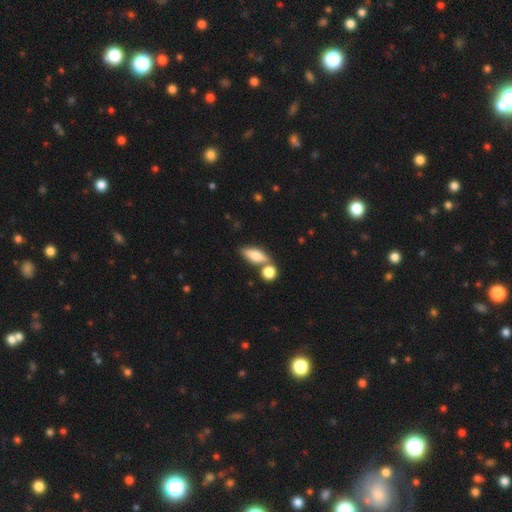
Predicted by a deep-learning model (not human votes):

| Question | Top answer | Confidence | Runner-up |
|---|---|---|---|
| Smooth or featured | smooth | 70% | featured or disk (22%) |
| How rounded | in between | 70% | cigar-shaped (24%) |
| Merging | none | 57% | merger (26%) |